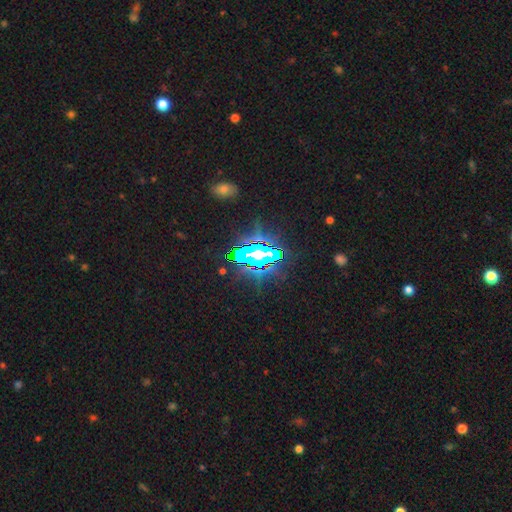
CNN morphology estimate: Overall: star or artifact (73%).